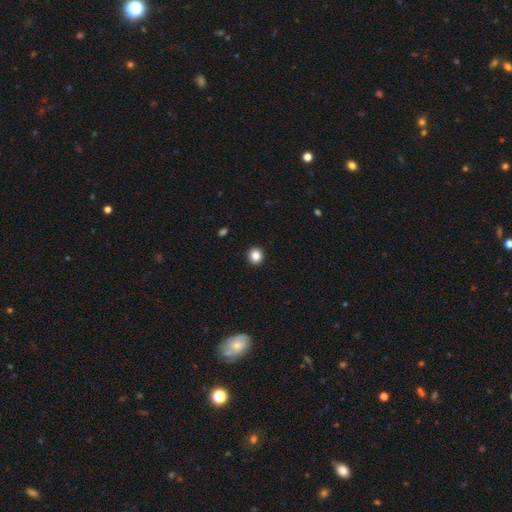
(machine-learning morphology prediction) type=smooth (86%); roundness=round (89%); merging=none (93%).